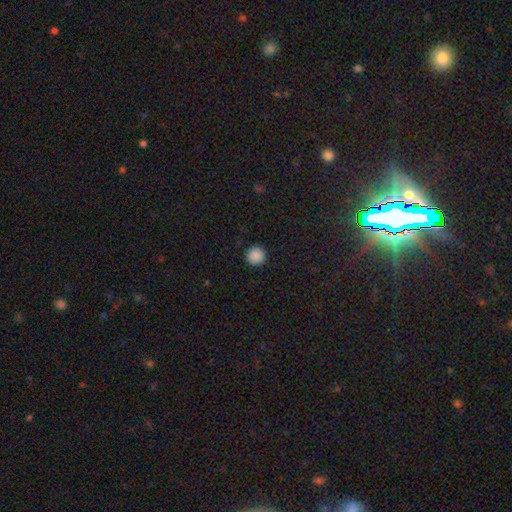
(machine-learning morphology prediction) Smooth or featured? smooth (89%)
How rounded? round (96%)
Merging? none (93%)